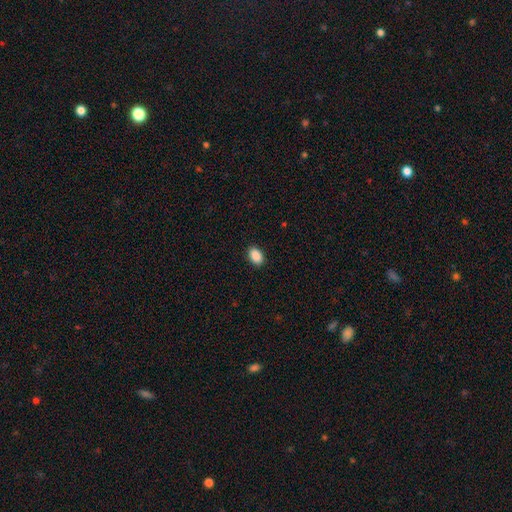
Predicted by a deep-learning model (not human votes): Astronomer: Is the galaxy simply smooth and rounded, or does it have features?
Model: smooth — 90%.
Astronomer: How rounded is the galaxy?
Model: in between — 88%.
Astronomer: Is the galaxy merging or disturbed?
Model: none — 90%.